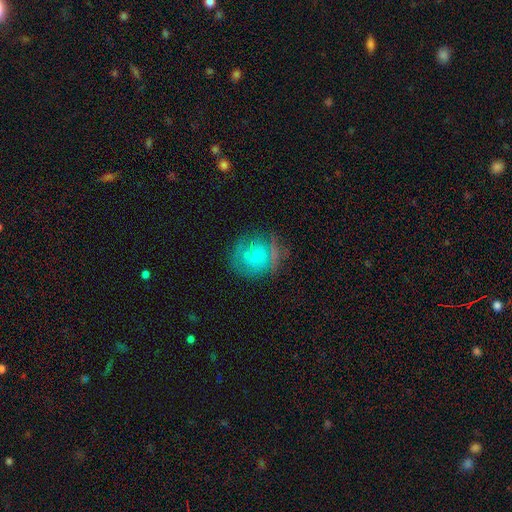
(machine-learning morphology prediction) smooth-or-featured: featured or disk: 46% | smooth: 41% | star or artifact: 13%
  merging: none: 68% | minor disturbance: 17% | major disturbance: 9% | merger: 5%